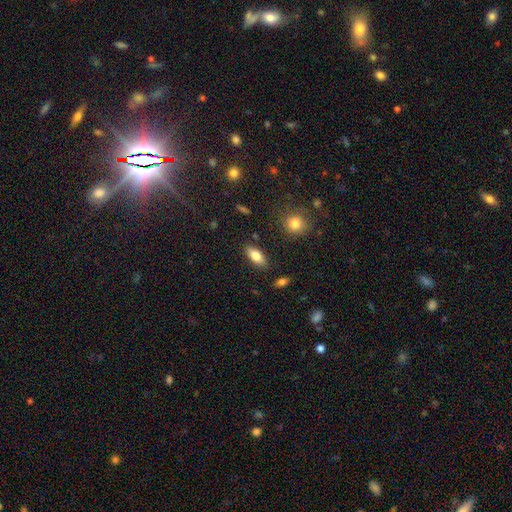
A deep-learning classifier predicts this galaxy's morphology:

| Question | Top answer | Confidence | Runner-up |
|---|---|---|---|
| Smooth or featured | smooth | 81% | featured or disk (12%) |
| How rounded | in between | 87% | cigar-shaped (10%) |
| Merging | none | 85% | minor disturbance (10%) |